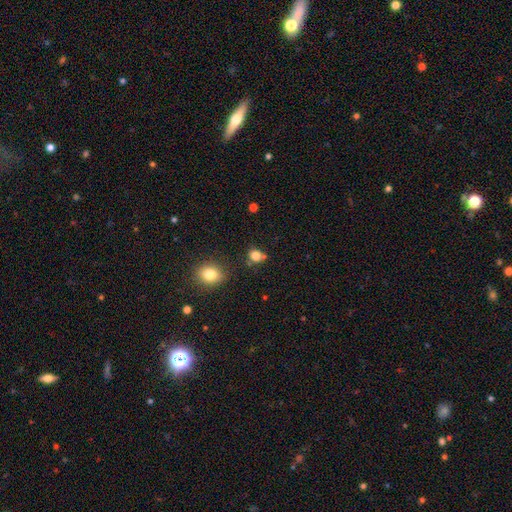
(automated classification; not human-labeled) Smooth or featured: smooth — 80% (star or artifact — 14%)
How rounded: round — 73% (in between — 26%)
Merging: none — 67% (minor disturbance — 15%)